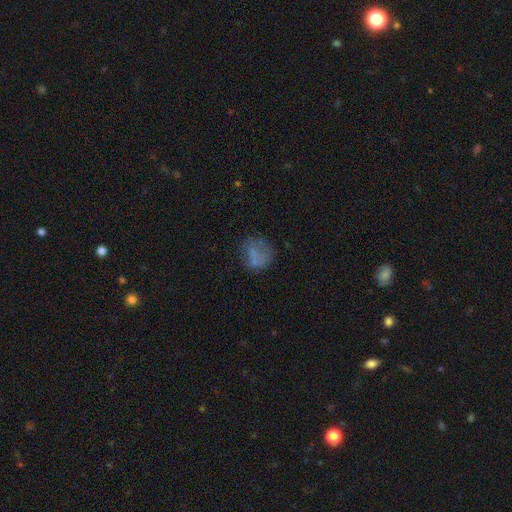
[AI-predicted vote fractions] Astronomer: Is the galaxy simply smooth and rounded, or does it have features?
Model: smooth — 62%.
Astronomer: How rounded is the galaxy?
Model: round — 72%.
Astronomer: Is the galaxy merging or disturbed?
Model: none — 53%.